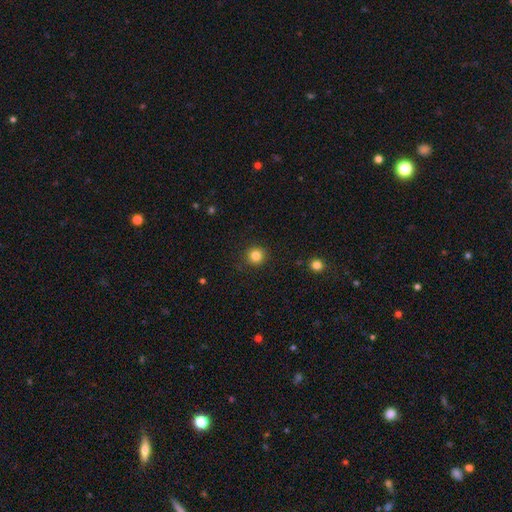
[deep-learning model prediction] Morphology: type=smooth (84%); roundness=round (93%); merging=none (90%).